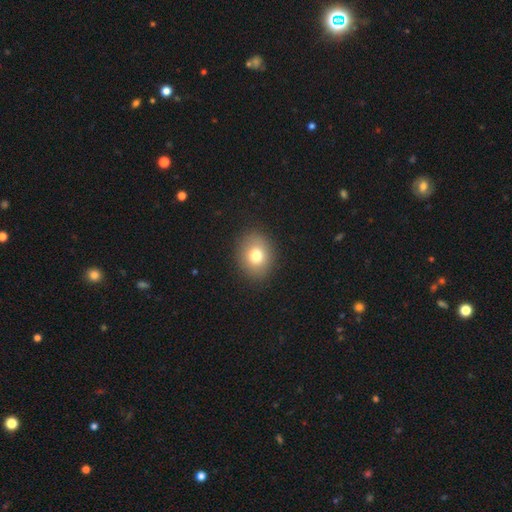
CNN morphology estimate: Smooth or featured? smooth (77%)
How rounded? round (56%)
Merging? none (89%)